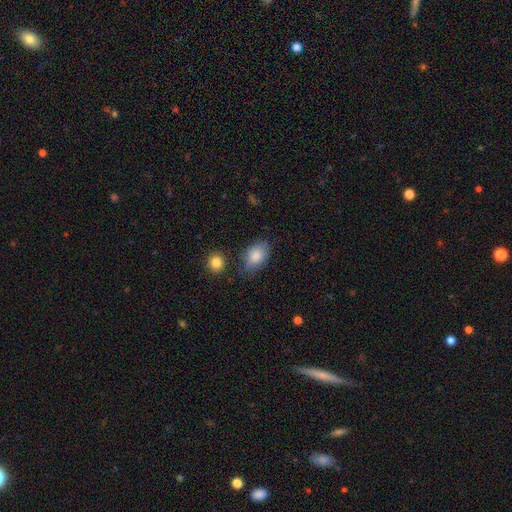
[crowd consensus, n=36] Smooth or featured: smooth — 86% (featured or disk — 14%)
How rounded: in between — 90% (round — 10%)
Merging: none — 64% (minor disturbance — 31%)